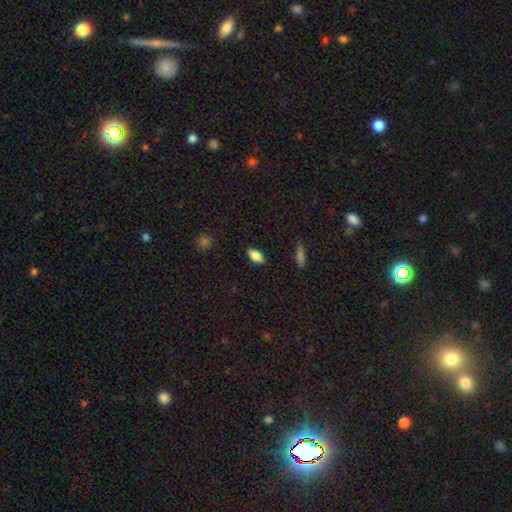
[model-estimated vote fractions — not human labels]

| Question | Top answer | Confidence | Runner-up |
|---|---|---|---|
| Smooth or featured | smooth | 77% | featured or disk (16%) |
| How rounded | in between | 82% | cigar-shaped (15%) |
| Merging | none | 87% | minor disturbance (9%) |